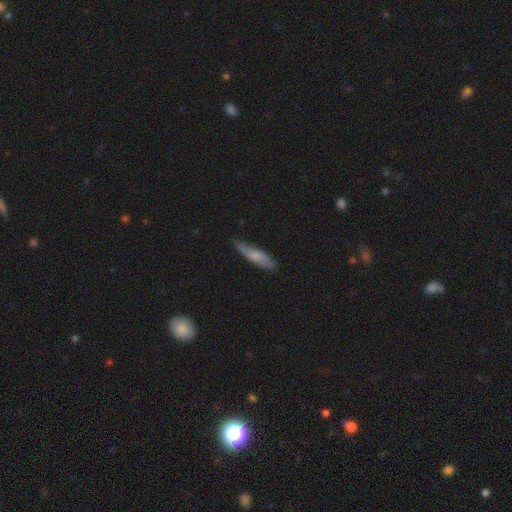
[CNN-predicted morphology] Smooth or featured? smooth (59%)
How rounded? cigar-shaped (71%)
Merging? none (68%)